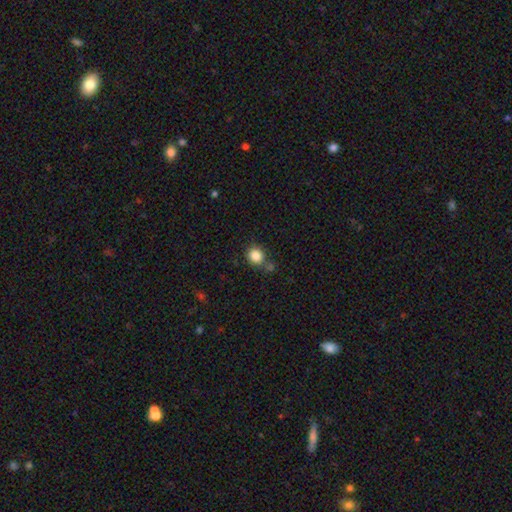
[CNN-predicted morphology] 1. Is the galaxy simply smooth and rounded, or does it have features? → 85% smooth, 10% star or artifact, 5% featured or disk.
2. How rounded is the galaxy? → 79% round, 21% in between, 1% cigar-shaped.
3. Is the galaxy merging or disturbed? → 69% none, 14% merger, 13% minor disturbance, 4% major disturbance.